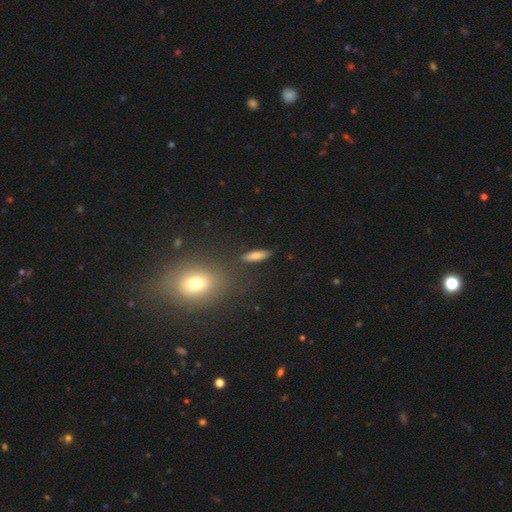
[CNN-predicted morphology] This appears to be a smooth galaxy with no disk features (76%) that is cigar-shaped (57%). Merging: none (84%).